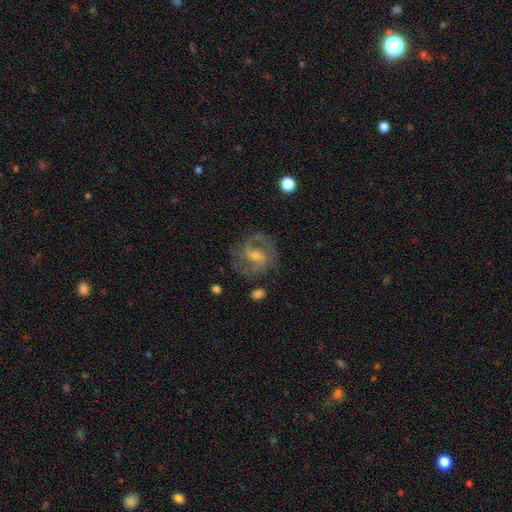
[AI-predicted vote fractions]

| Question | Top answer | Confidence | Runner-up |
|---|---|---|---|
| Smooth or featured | featured or disk | 86% | smooth (7%) |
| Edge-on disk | no | 98% | yes (2%) |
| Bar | weak | 54% | no (26%) |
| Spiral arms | yes | 96% | no (4%) |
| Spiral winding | medium | 56% | tight (29%) |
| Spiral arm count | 2 | 74% | 3 (11%) |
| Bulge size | small | 50% | moderate (41%) |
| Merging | none | 75% | minor disturbance (15%) |